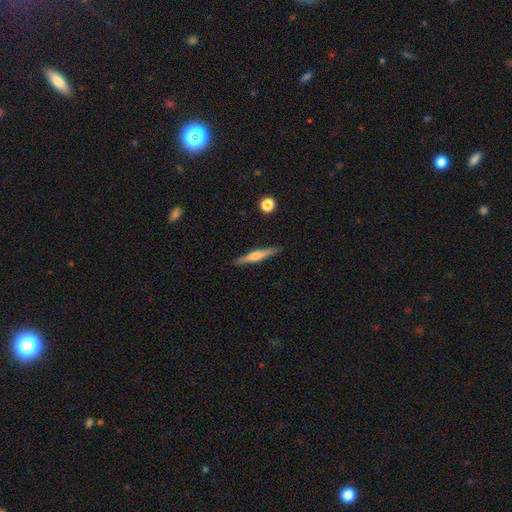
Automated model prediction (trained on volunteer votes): A featured or disk galaxy (58%) viewed edge-on (97%) with a rounded central bulge (79%). Merging: none (91%).